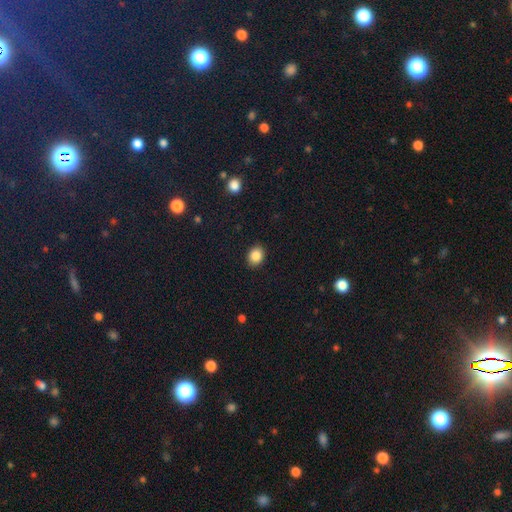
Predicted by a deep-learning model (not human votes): Smooth or featured: smooth — 87% (star or artifact — 9%)
How rounded: round — 51% (in between — 48%)
Merging: none — 90% (minor disturbance — 7%)